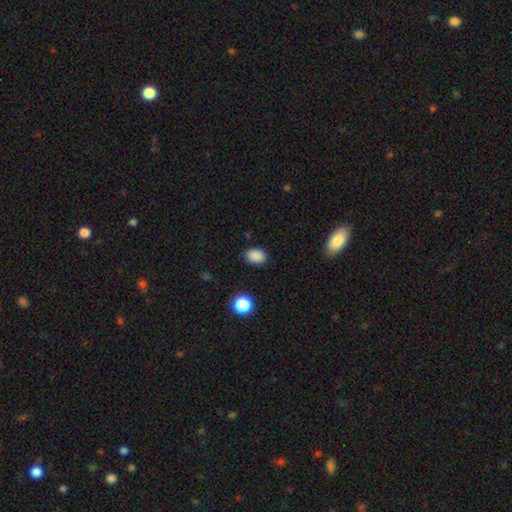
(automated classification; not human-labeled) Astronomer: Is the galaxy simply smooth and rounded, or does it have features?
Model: smooth — 87%.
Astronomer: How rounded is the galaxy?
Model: in between — 73%.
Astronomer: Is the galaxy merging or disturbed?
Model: none — 85%.